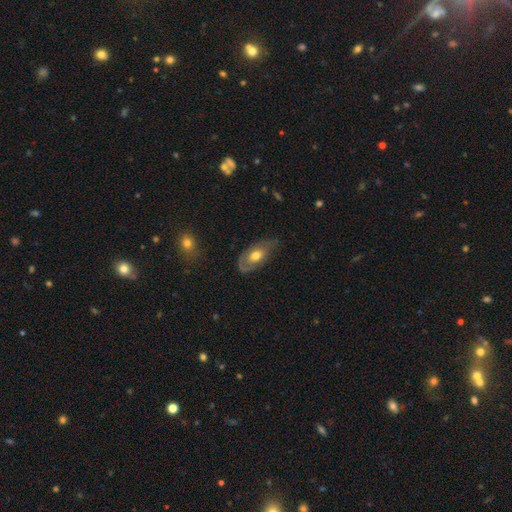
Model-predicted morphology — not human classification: featured or disk 50%, smooth 44%, star or artifact 6%. Down the decision tree: merging — none (52%).